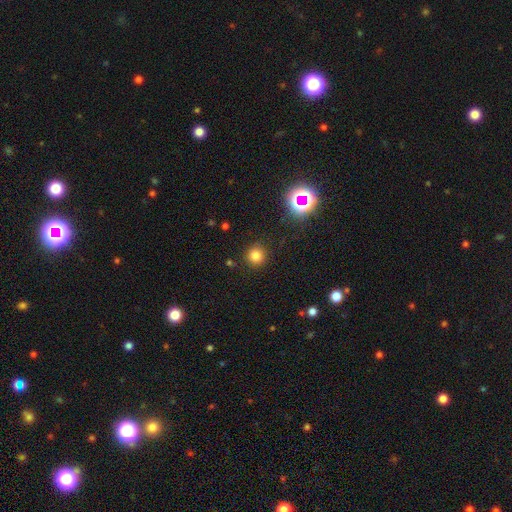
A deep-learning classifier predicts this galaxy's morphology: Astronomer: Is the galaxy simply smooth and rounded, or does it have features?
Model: smooth — 77%.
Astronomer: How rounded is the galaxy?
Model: round — 94%.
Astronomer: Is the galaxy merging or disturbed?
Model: none — 90%.